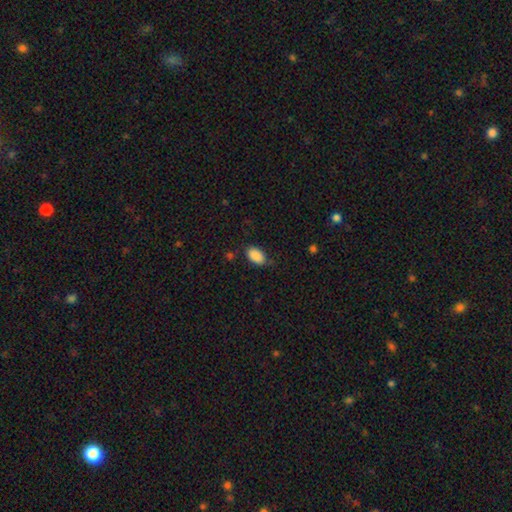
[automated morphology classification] A smooth galaxy with no disk features (89%) that is in between round and cigar-shaped (92%).

Vote fractions:
- Smooth or featured? smooth: 89% / star or artifact: 8% / featured or disk: 4%
- How rounded? in between: 92% / round: 7% / cigar-shaped: 2%
- Merging? none: 75% / minor disturbance: 19% / major disturbance: 4% / merger: 2%